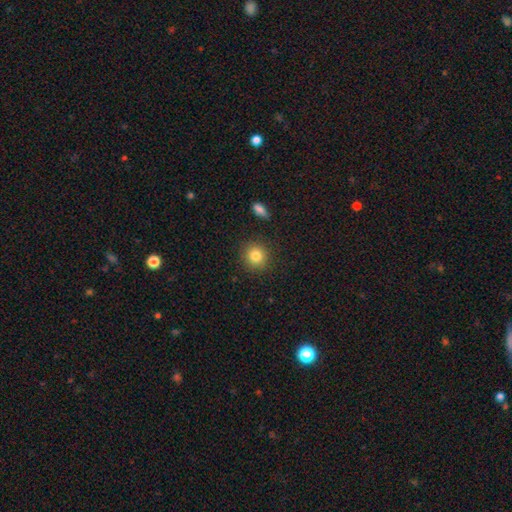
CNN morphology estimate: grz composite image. It shows a smooth galaxy with no disk features (83%) that is round (89%). Merging: none (89%).